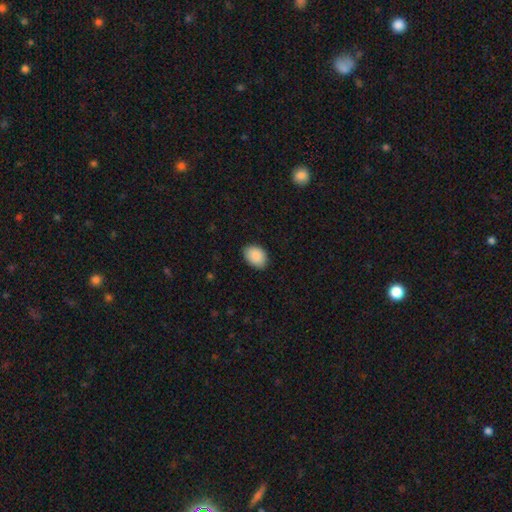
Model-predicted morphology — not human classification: smooth_or_featured: smooth (p=0.90) [alt: star or artifact p=0.07]
how_rounded: in between (p=0.78) [alt: round p=0.21]
merging: none (p=0.81) [alt: minor disturbance p=0.15]